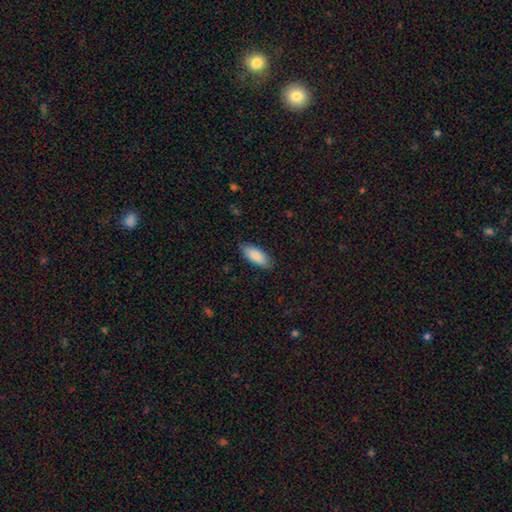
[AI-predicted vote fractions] Q: Smooth or featured?
A: smooth (88%); runner-up: featured or disk (6%)
Q: How rounded?
A: in between (83%); runner-up: cigar-shaped (16%)
Q: Merging?
A: none (85%); runner-up: minor disturbance (12%)